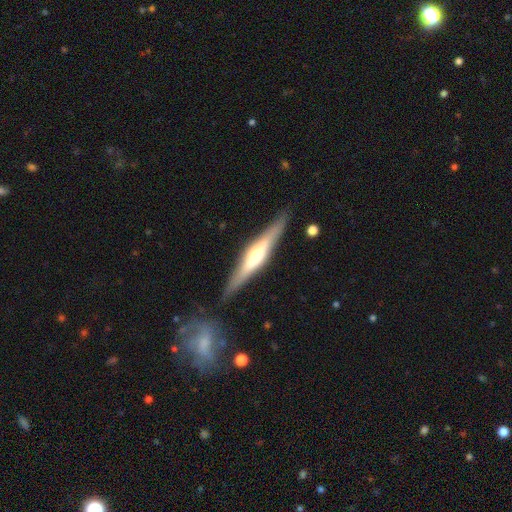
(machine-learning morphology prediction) Overall: featured or disk (66%; smooth 29%). Edge-on disk: yes (95%). Edge-on bulge: rounded (75%). Merging: none (86%).